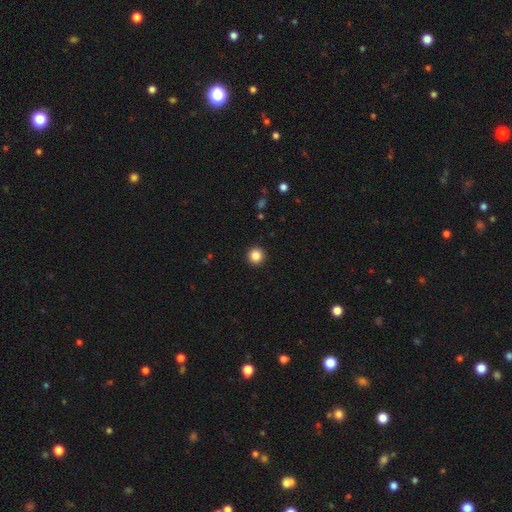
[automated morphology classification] Smooth or featured? Predicted: smooth (p=0.86). How rounded? Predicted: round (p=0.96). Merging? Predicted: none (p=0.93).